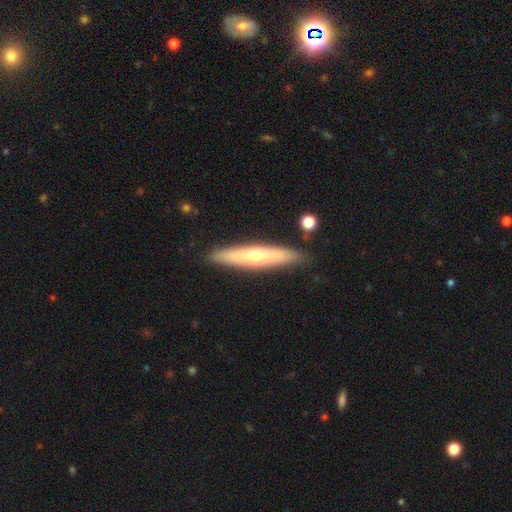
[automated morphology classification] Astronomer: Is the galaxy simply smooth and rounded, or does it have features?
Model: featured or disk — 49% (runner-up: smooth, 45%).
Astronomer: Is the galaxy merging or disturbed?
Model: none — 87%.